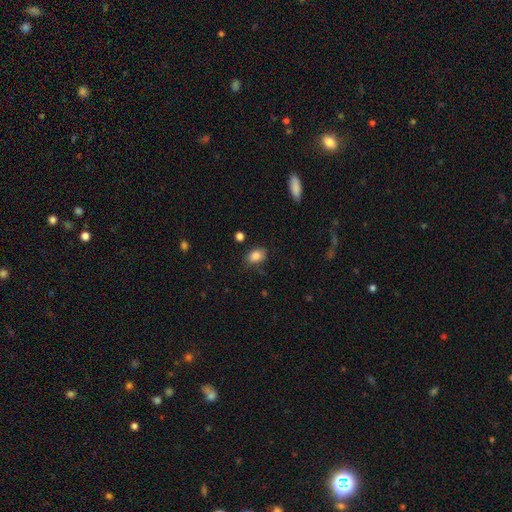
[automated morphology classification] A smooth galaxy with no disk features (84%) that is in between round and cigar-shaped (77%). Merging: none (75%).